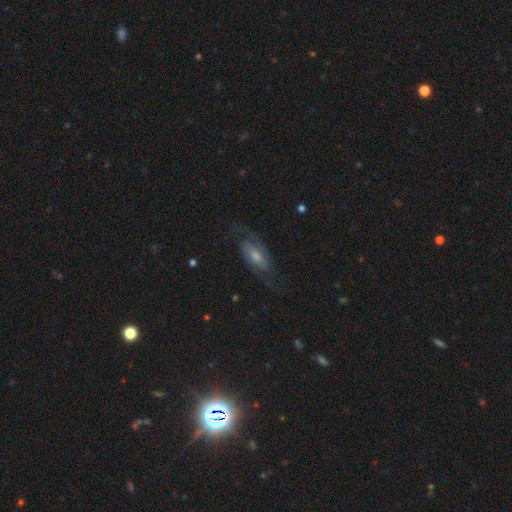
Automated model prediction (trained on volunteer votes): Smooth or featured: featured or disk — 74% (smooth — 19%)
Edge-on disk: no — 92% (yes — 8%)
Bar: no — 45% (weak — 42%)
Spiral arms: yes — 93% (no — 7%)
Spiral winding: medium — 45% (loose — 38%)
Spiral arm count: 2 — 87% (can't tell — 6%)
Bulge size: moderate — 47% (small — 33%)
Merging: none — 69% (minor disturbance — 16%)